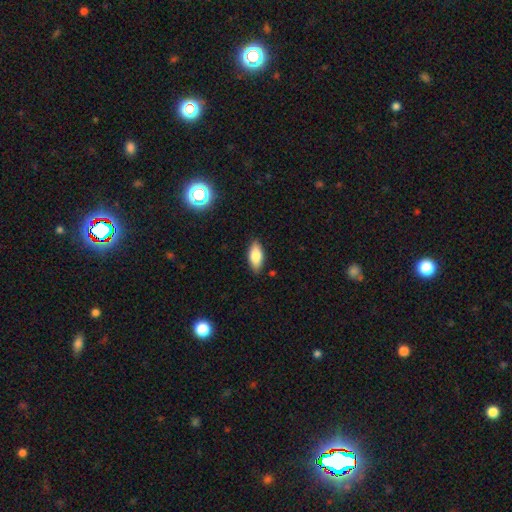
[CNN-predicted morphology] Smooth or featured: smooth — 79% (featured or disk — 14%)
How rounded: in between — 86% (cigar-shaped — 11%)
Merging: none — 86% (minor disturbance — 11%)